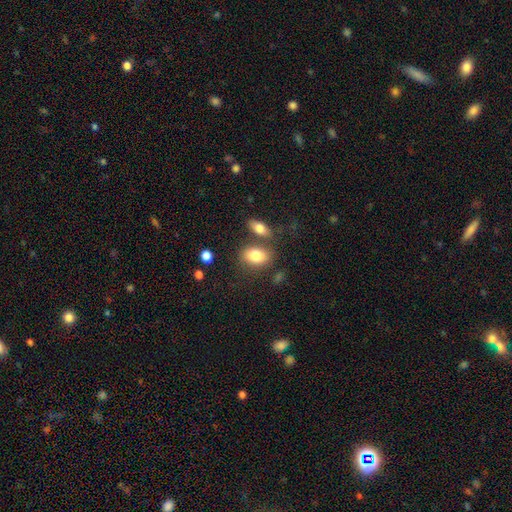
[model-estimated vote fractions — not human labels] Smooth or featured?
  - smooth: 82% *
  - featured or disk: 11%
  - star or artifact: 7%
How rounded?
  - in between: 85% *
  - round: 13%
  - cigar-shaped: 2%
Merging?
  - none: 65% *
  - merger: 17%
  - minor disturbance: 13%
  - major disturbance: 5%